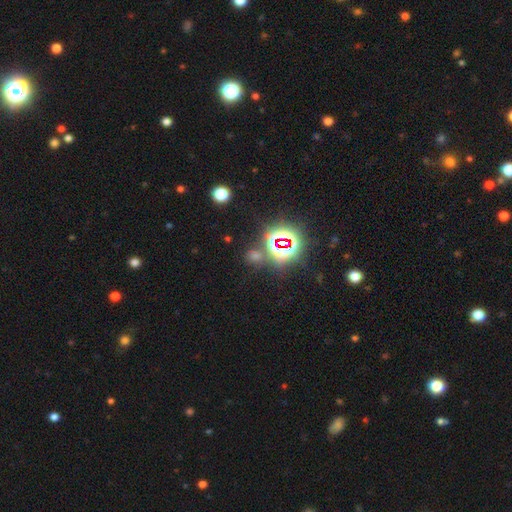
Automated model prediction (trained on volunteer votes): smooth-or-featured: star or artifact: 61% | smooth: 31% | featured or disk: 7%